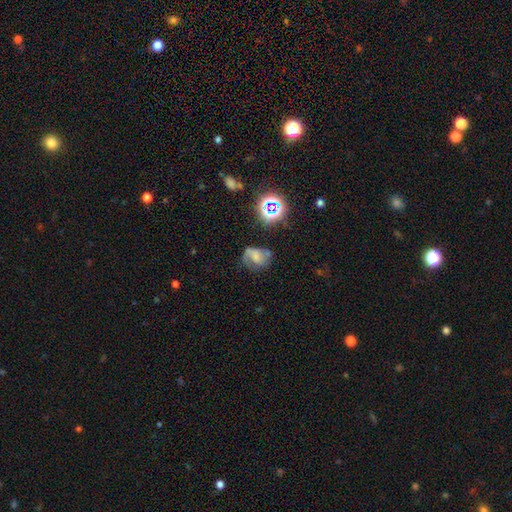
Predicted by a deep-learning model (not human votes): Morphology: type=featured or disk (51%); edge-on=no (97%); merging=none (46%).